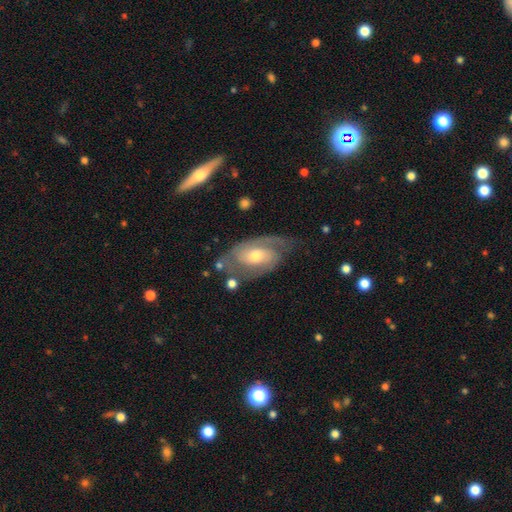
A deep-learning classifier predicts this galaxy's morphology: Smooth or featured: featured or disk — 80% (smooth — 14%)
Edge-on disk: no — 95% (yes — 5%)
Bar: no — 55% (weak — 35%)
Spiral arms: yes — 91% (no — 9%)
Spiral winding: medium — 43% (tight — 42%)
Spiral arm count: 2 — 71% (can't tell — 13%)
Bulge size: moderate — 66% (small — 24%)
Merging: none — 62% (minor disturbance — 21%)